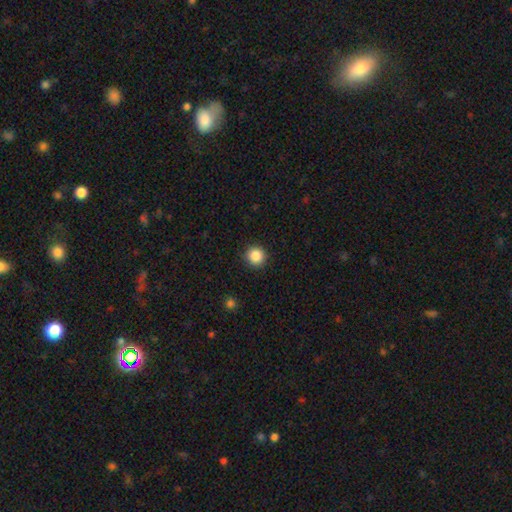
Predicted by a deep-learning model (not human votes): smooth_or_featured: smooth (p=0.87) [alt: star or artifact p=0.10]
how_rounded: round (p=0.95) [alt: in between p=0.05]
merging: none (p=0.91) [alt: minor disturbance p=0.06]